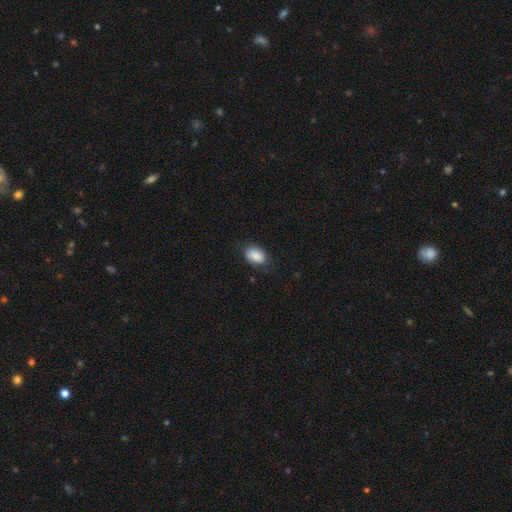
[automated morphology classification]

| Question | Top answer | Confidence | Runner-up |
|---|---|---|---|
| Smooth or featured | smooth | 86% | star or artifact (7%) |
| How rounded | in between | 82% | round (17%) |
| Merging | none | 76% | minor disturbance (19%) |